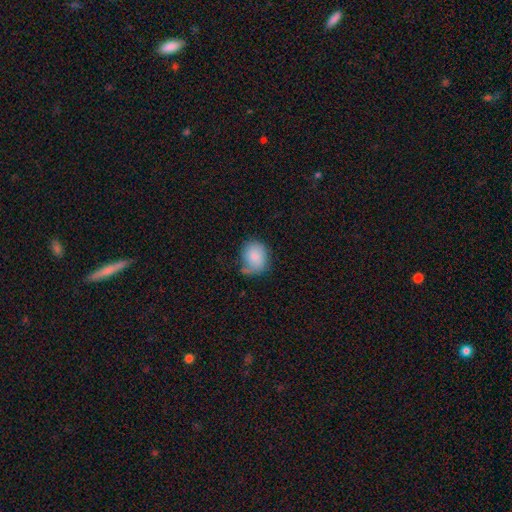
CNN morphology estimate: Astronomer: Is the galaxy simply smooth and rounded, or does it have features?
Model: smooth — 78%.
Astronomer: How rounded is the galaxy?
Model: round — 54% (runner-up: in between, 45%).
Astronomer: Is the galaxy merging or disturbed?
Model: none — 51% (runner-up: minor disturbance, 30%).